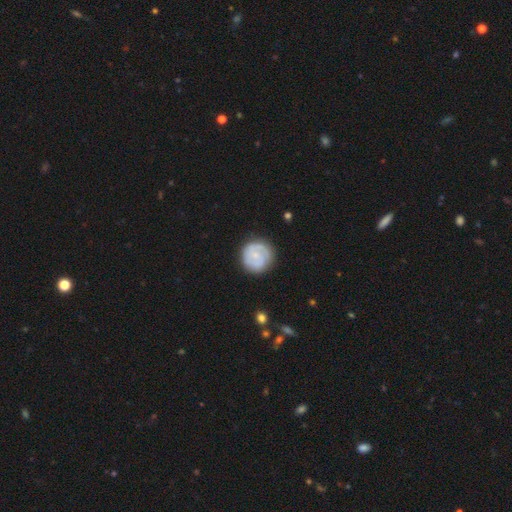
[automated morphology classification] This is possibly a featured or disk galaxy (51%). It is clearly not viewed edge-on (98%). Bar: likely no (67%). Spiral arm pattern: likely yes (76%). Central bulge: likely small (63%). Merging: likely none (80%).